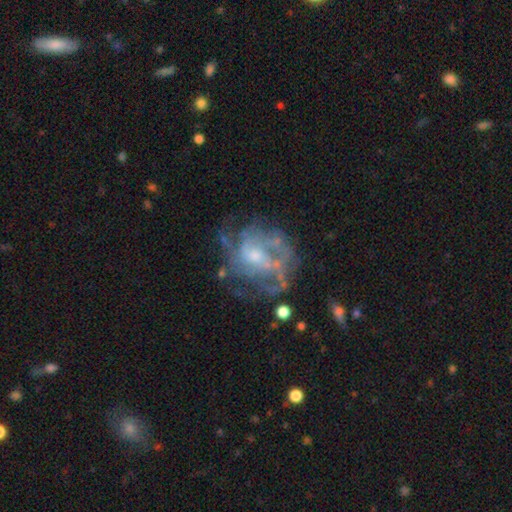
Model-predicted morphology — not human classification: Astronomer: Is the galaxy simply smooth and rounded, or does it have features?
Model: featured or disk — 80%.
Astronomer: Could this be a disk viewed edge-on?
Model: no — 98%.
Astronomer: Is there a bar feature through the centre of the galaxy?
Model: no — 66%.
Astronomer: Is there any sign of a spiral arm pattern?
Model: yes — 71%.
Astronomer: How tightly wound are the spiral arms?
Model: medium — 41% (runner-up: tight, 38%).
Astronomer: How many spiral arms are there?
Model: can't tell — 45%.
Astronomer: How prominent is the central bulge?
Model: moderate — 44%, tied with small at 44%.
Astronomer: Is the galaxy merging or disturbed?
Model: none — 53%.